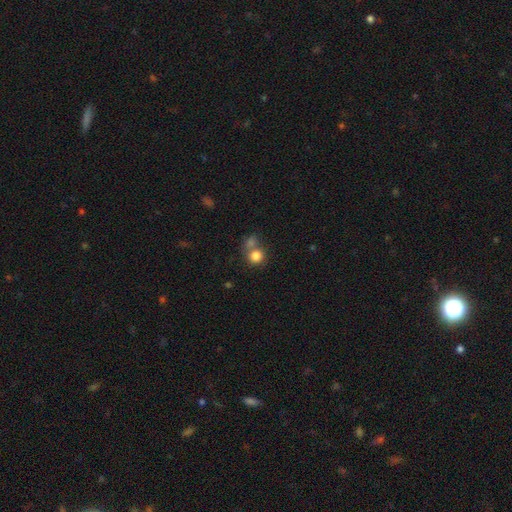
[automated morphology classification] This appears to be a smooth galaxy with no disk features (82%) that is round (87%). Merging: none (51%).